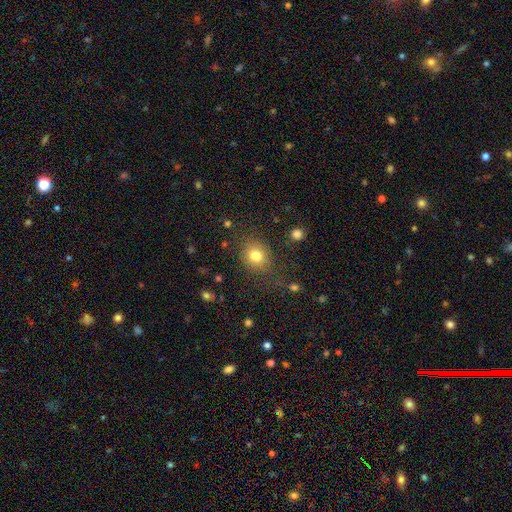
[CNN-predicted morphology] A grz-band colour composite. It shows a smooth galaxy with no disk features (79%) that is round (70%). Merging: none (78%).